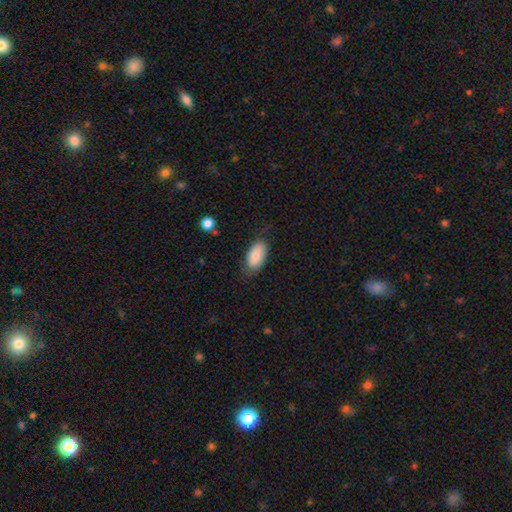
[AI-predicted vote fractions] The model was most divided on "merging": none: 72%, minor disturbance: 21%, major disturbance: 6%, merger: 1%. More confident: how rounded — in between (94%); smooth or featured — smooth (85%).